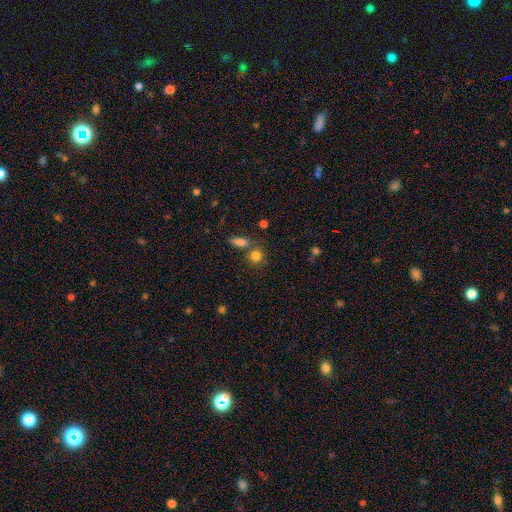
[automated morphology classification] smooth-or-featured: smooth: 82% | star or artifact: 11% | featured or disk: 7%
  how-rounded: round: 75% | in between: 23% | cigar-shaped: 2%
  merging: none: 62% | merger: 23% | minor disturbance: 11% | major disturbance: 4%